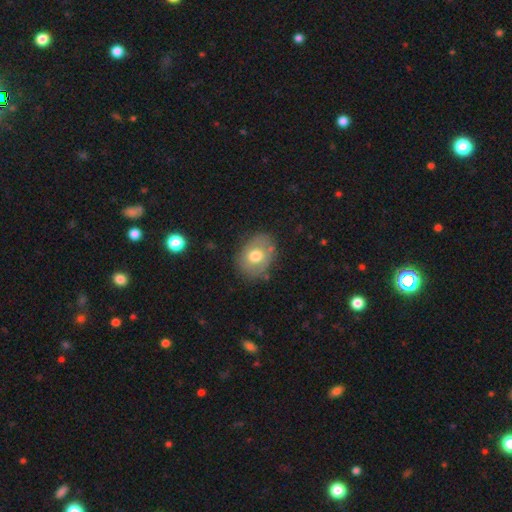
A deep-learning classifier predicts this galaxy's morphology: This appears to be a smooth galaxy with no disk features (65%) that is in between round and cigar-shaped (63%). Merging: none (74%).